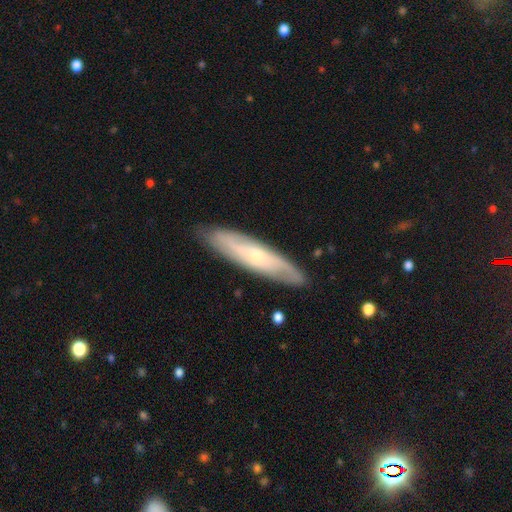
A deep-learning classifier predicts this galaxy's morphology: Smooth or featured? featured or disk (65%)
Edge-on disk? no (57%)
Merging? none (84%)